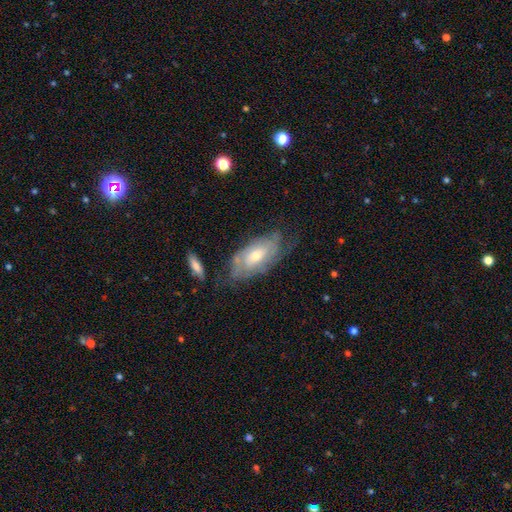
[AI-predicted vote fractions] Smooth or featured?
  - featured or disk: 68% *
  - smooth: 25%
  - star or artifact: 7%
Edge-on disk?
  - no: 90% *
  - yes: 10%
Bar?
  - no: 68% *
  - weak: 27%
  - strong: 5%
Spiral arms?
  - yes: 80% *
  - no: 20%
Bulge size?
  - moderate: 49% *
  - small: 46%
  - large: 3%
  - none: 1%
  - dominant: 1%
Merging?
  - none: 59% *
  - minor disturbance: 25%
  - major disturbance: 12%
  - merger: 4%